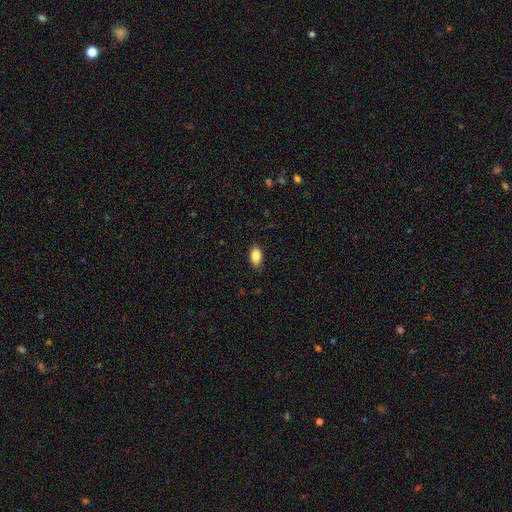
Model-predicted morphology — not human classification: smooth-or-featured: smooth: 86% | star or artifact: 7% | featured or disk: 6%
  how-rounded: in between: 92% | round: 5% | cigar-shaped: 3%
  merging: none: 86% | minor disturbance: 11% | major disturbance: 2% | merger: 1%